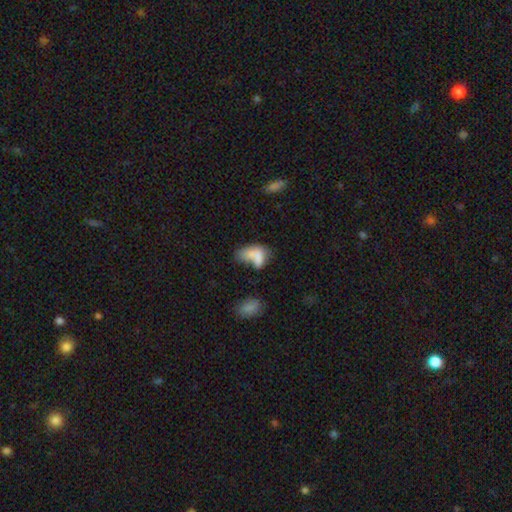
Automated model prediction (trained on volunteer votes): Smooth or featured? Predicted: smooth (p=0.70). How rounded? Predicted: in between (p=0.89). Merging? Predicted: major disturbance (p=0.32).